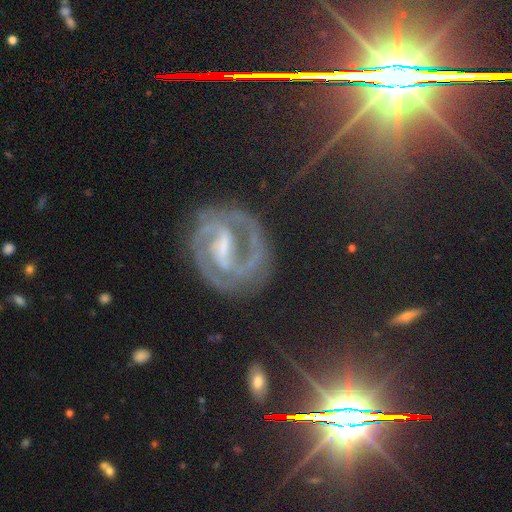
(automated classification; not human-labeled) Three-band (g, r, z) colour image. It shows a featured or disk galaxy (83%) with a strong bar (58%), 2 (85%) tight (50%) spiral arms (95%) and a small central bulge (42%). Merging: none (74%).